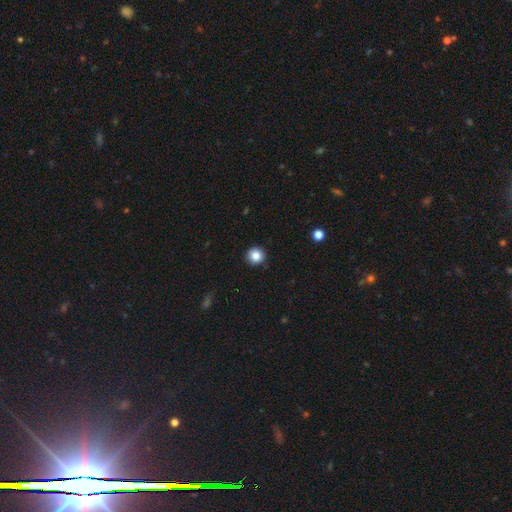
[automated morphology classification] A smooth galaxy with no disk features (85%) that is round (93%).

Vote fractions:
- Smooth or featured? smooth: 85% / star or artifact: 10% / featured or disk: 5%
- How rounded? round: 93% / in between: 6% / cigar-shaped: 1%
- Merging? none: 91% / minor disturbance: 6% / major disturbance: 2% / merger: 1%